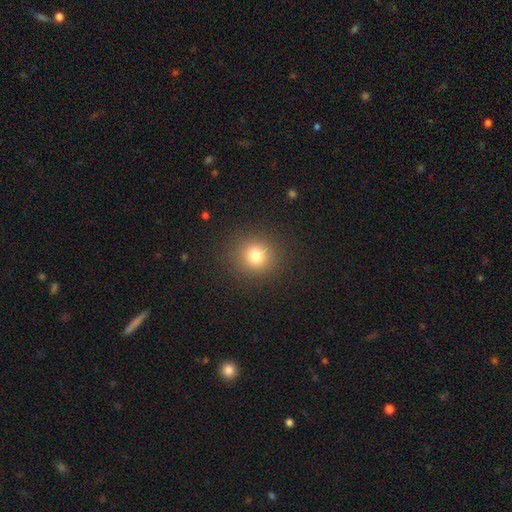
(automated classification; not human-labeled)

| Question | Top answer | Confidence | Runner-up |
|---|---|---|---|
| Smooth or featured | smooth | 78% | star or artifact (15%) |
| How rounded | round | 88% | in between (11%) |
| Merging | none | 89% | minor disturbance (7%) |